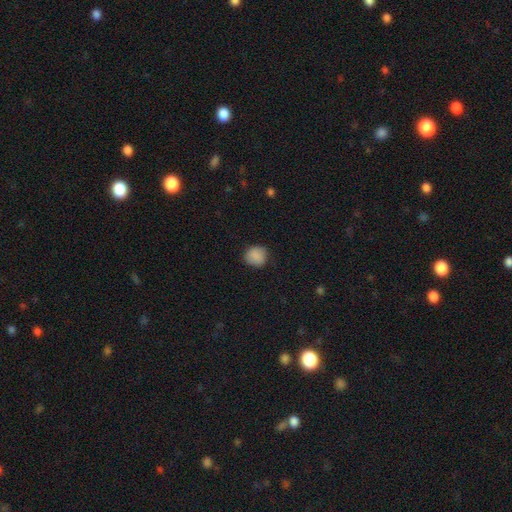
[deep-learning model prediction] Q: Smooth or featured?
A: smooth (87%); runner-up: star or artifact (8%)
Q: How rounded?
A: round (82%); runner-up: in between (17%)
Q: Merging?
A: none (84%); runner-up: minor disturbance (12%)